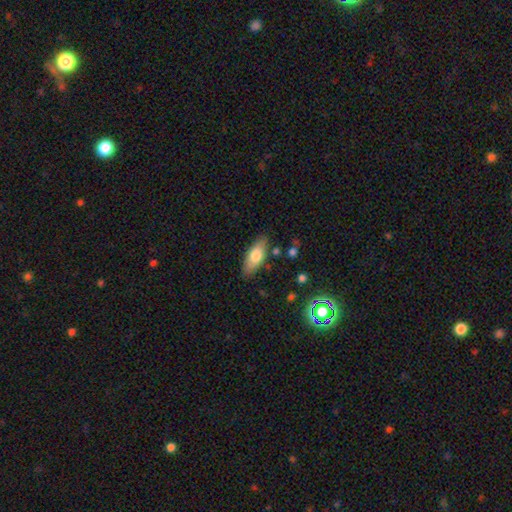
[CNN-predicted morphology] Q: Smooth or featured?
A: smooth (72%); runner-up: featured or disk (21%)
Q: How rounded?
A: in between (76%); runner-up: cigar-shaped (21%)
Q: Merging?
A: none (83%); runner-up: minor disturbance (12%)